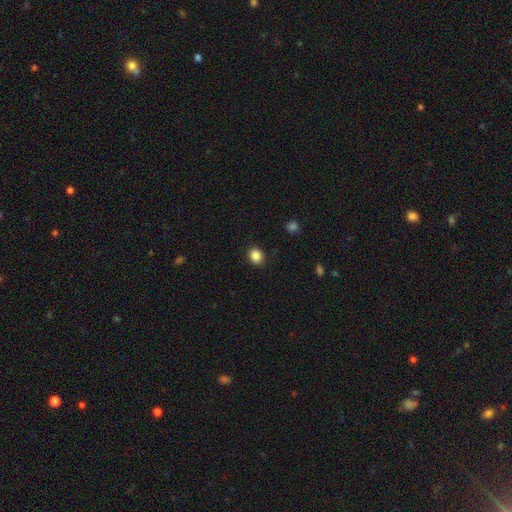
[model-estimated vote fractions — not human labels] Smooth or featured? smooth (86%)
How rounded? round (67%)
Merging? none (90%)